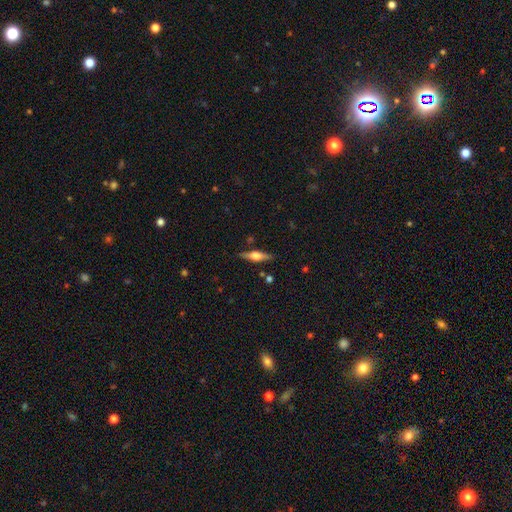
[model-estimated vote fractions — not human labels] Smooth or featured? featured or disk (67%)
Edge-on disk? yes (97%)
Edge-on bulge? rounded (89%)
Merging? none (86%)